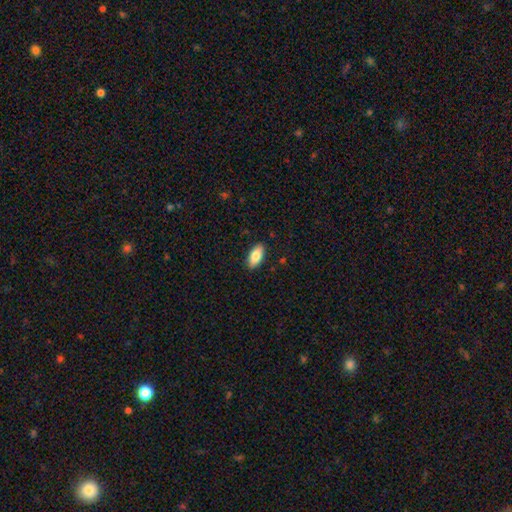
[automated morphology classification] smooth_or_featured: smooth (p=0.83) [alt: featured or disk p=0.10]
how_rounded: in between (p=0.90) [alt: cigar-shaped p=0.08]
merging: none (p=0.89) [alt: minor disturbance p=0.08]